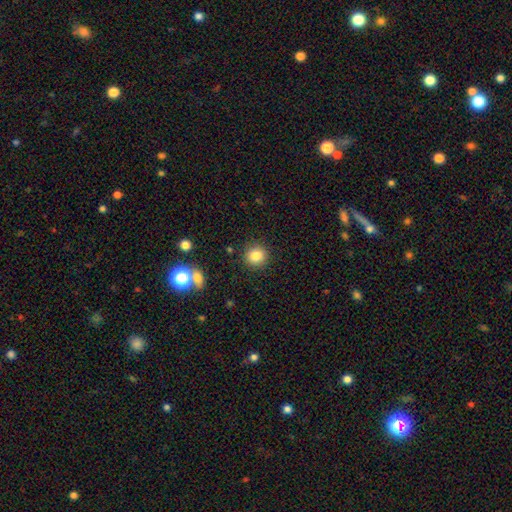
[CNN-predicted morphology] This is clearly a smooth galaxy (83%). How rounded: clearly round (90%). Merging: clearly none (89%).